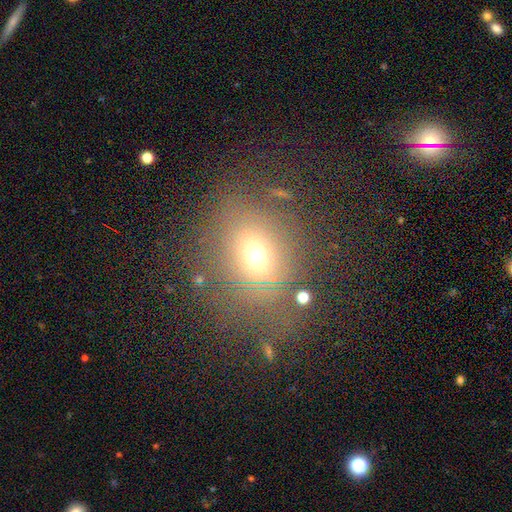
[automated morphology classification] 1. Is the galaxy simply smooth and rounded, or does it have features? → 62% smooth, 22% star or artifact, 16% featured or disk.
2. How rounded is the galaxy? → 72% round, 26% in between, 1% cigar-shaped.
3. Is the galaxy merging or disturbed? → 59% none, 19% major disturbance, 17% minor disturbance, 6% merger.